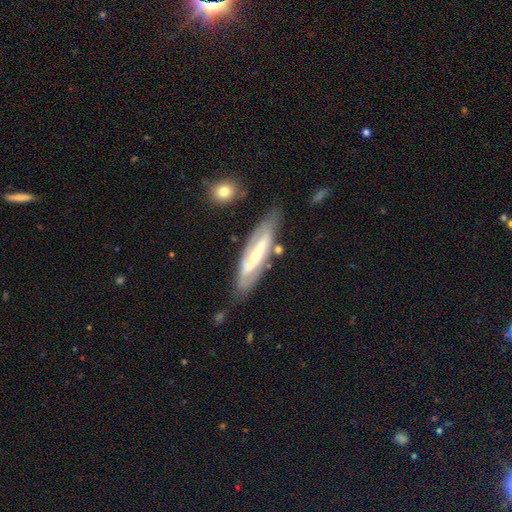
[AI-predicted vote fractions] featured or disk 78%, smooth 17%, star or artifact 5%. Down the decision tree: edge-on disk — no (76%); bar — strong (49%); spiral arms — yes (75%); bulge size — small (48%); merging — none (75%).